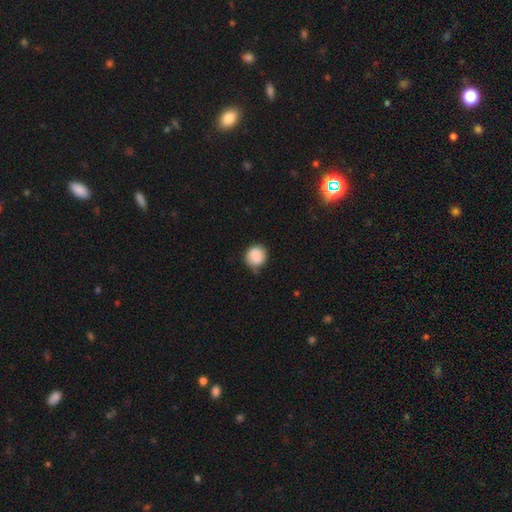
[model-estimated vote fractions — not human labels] Smooth or featured? smooth (86%)
How rounded? round (87%)
Merging? none (72%)